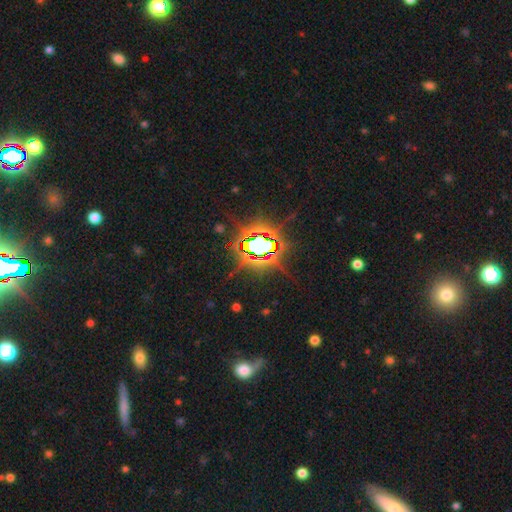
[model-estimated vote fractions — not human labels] A star or artifact, not a galaxy (82%).

Vote fractions:
- Smooth or featured? star or artifact: 82% / smooth: 9% / featured or disk: 9%